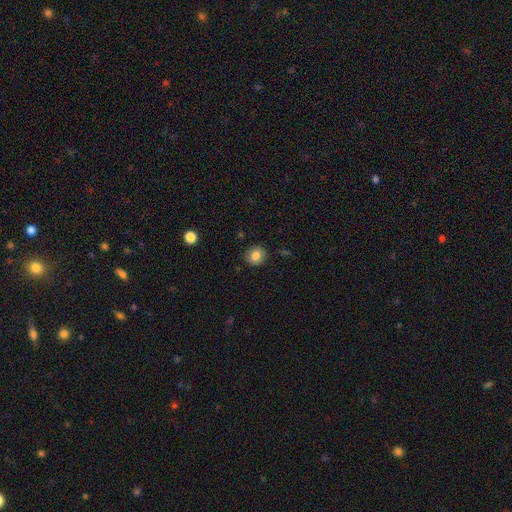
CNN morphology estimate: A smooth galaxy with no disk features (82%) that is round (83%). Merging: none (88%).